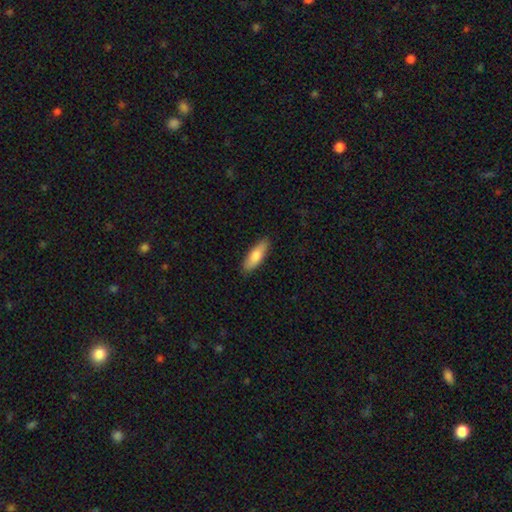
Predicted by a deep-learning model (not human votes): A smooth galaxy with no disk features (77%) that is in between round and cigar-shaped (52%).

Vote fractions:
- Smooth or featured? smooth: 77% / featured or disk: 17% / star or artifact: 5%
- How rounded? in between: 52% / cigar-shaped: 46% / round: 2%
- Merging? none: 88% / minor disturbance: 9% / major disturbance: 2% / merger: 1%